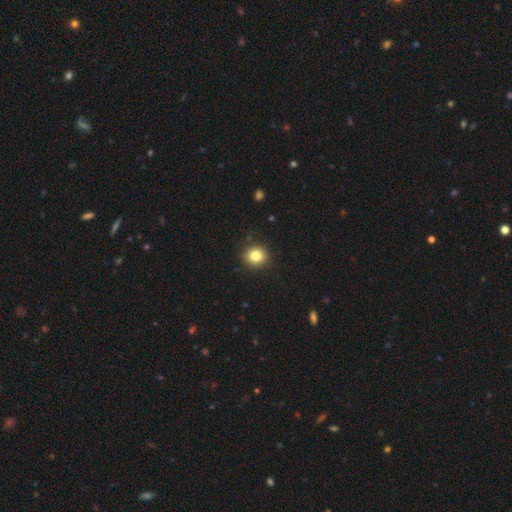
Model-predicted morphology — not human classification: smooth_or_featured: smooth (p=0.83) [alt: star or artifact p=0.11]
how_rounded: round (p=0.88) [alt: in between p=0.11]
merging: none (p=0.90) [alt: minor disturbance p=0.07]